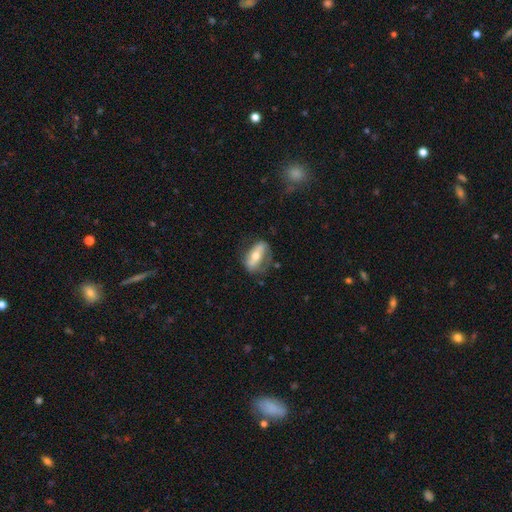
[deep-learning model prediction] Smooth or featured? Predicted: featured or disk (p=0.58). Edge-on disk? Predicted: no (p=0.79). Merging? Predicted: none (p=0.61).